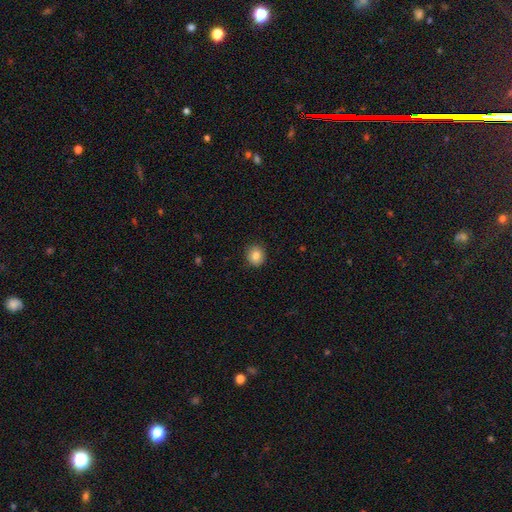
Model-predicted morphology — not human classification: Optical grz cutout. It shows a smooth galaxy with no disk features (81%) that is round (85%). Merging: none (90%).